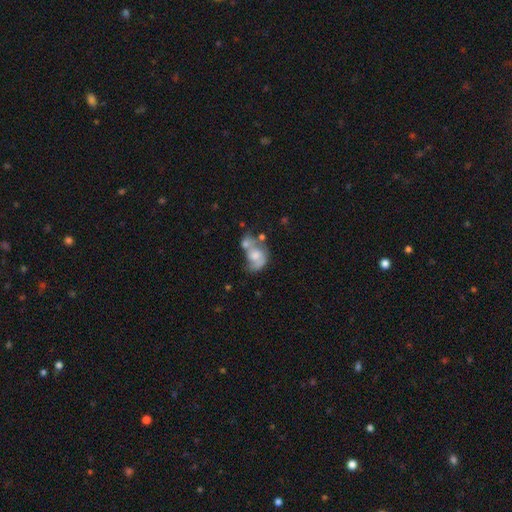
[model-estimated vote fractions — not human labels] Overall: featured or disk (47%; smooth 44%). Merging: merger (50%; major disturbance 20%).